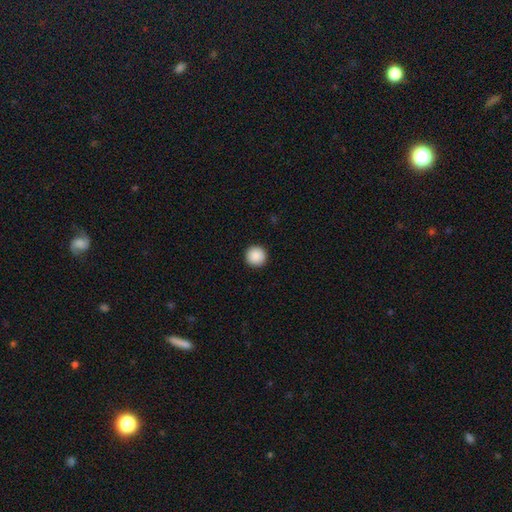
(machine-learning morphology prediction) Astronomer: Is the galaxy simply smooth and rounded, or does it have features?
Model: smooth — 89%.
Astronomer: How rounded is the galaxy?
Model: round — 96%.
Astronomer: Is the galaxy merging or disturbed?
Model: none — 93%.